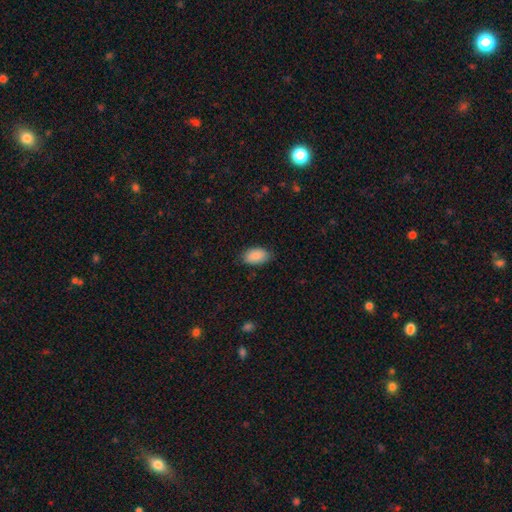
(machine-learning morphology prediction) smooth-or-featured: smooth: 88% | star or artifact: 6% | featured or disk: 5%
  how-rounded: in between: 93% | round: 5% | cigar-shaped: 1%
  merging: none: 81% | minor disturbance: 15% | major disturbance: 3% | merger: 1%